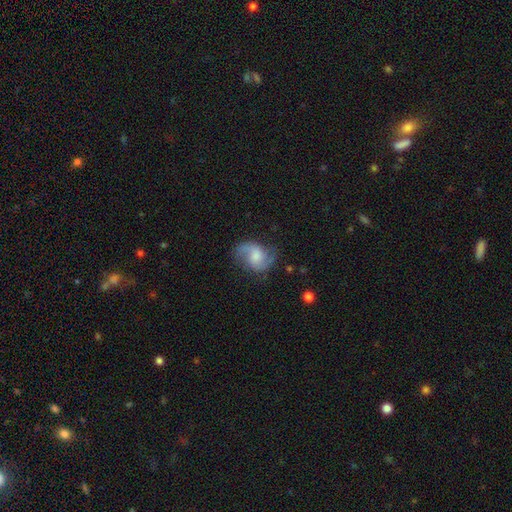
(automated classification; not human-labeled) smooth-or-featured: featured or disk: 80% | smooth: 13% | star or artifact: 7%
  disk-edge-on: no: 98% | yes: 2%
    bar: no: 54% | weak: 39% | strong: 7%
    has-spiral-arms: yes: 96% | no: 4%
      spiral-winding: medium: 48% | loose: 39% | tight: 14%
      spiral-arm-count: 2: 90% | can't tell: 3% | 1: 3% | 3: 2% | 4: 1% | more than 4: 1%
    bulge-size: moderate: 35% | small: 24% | none: 23% | large: 16% | dominant: 2%
  merging: none: 72% | minor disturbance: 19% | major disturbance: 8% | merger: 2%